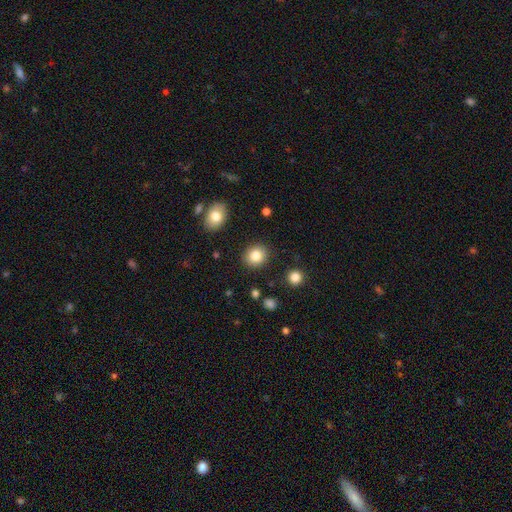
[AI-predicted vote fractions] smooth_or_featured: smooth (p=0.83) [alt: star or artifact p=0.09]
how_rounded: round (p=0.72) [alt: in between p=0.27]
merging: none (p=0.88) [alt: minor disturbance p=0.07]